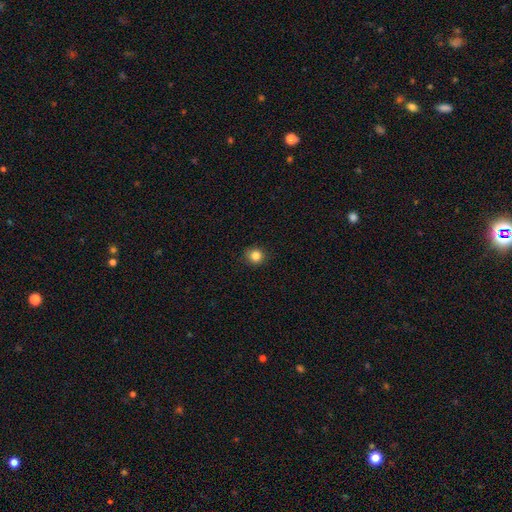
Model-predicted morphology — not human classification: Smooth or featured: smooth — 84% (star or artifact — 11%)
How rounded: round — 90% (in between — 9%)
Merging: none — 88% (minor disturbance — 9%)